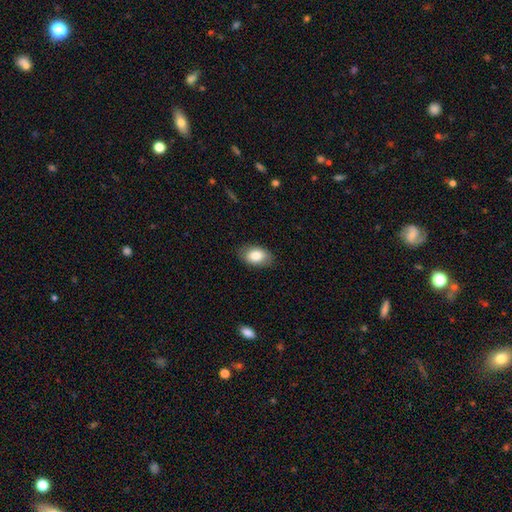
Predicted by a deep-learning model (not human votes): Smooth or featured? smooth (83%)
How rounded? in between (89%)
Merging? none (84%)